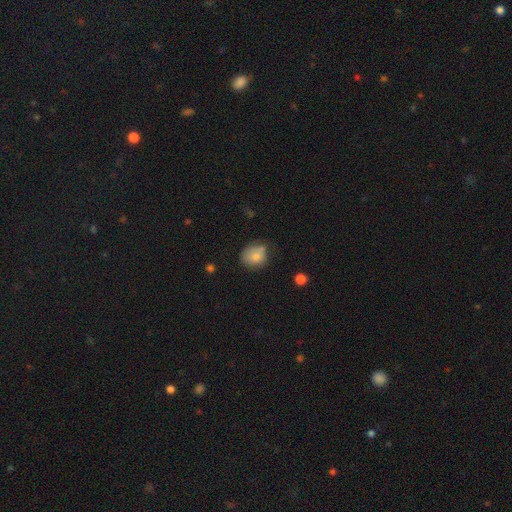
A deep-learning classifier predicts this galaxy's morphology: A smooth galaxy with no disk features (77%) that is round (64%). Merging: none (51%).